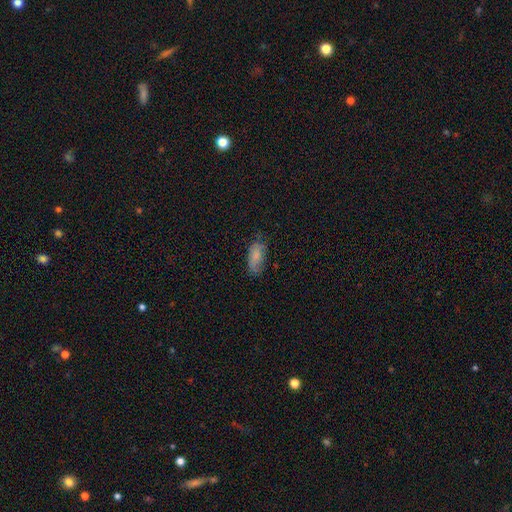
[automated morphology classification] type=smooth (74%); roundness=in between (87%); merging=none (59%).